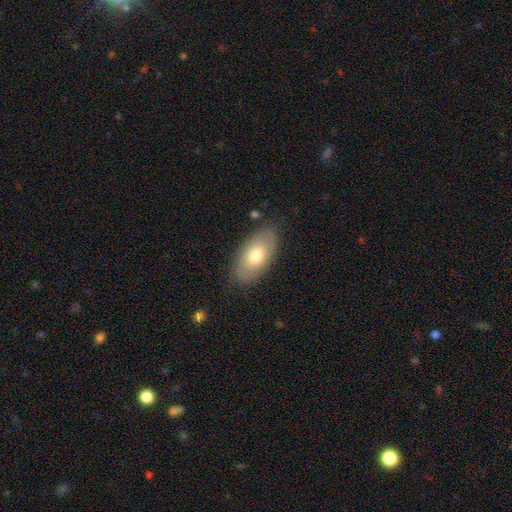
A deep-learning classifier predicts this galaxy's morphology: smooth 64%, featured or disk 30%, star or artifact 6%. Down the decision tree: how rounded — in between (93%); merging — none (80%).